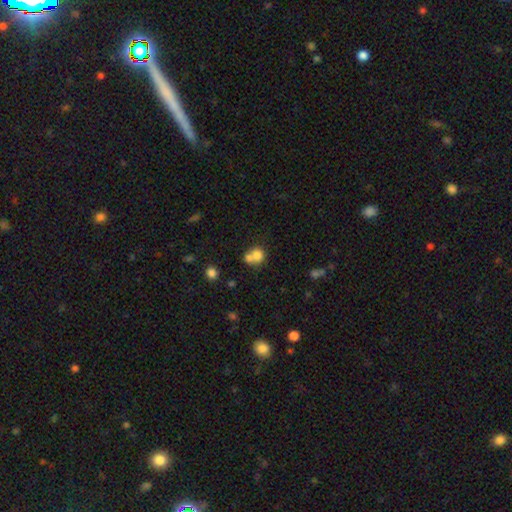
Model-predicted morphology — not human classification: smooth-or-featured: smooth: 75% | featured or disk: 14% | star or artifact: 11%
  how-rounded: round: 75% | in between: 24% | cigar-shaped: 1%
  merging: merger: 56% | none: 33% | minor disturbance: 8% | major disturbance: 4%